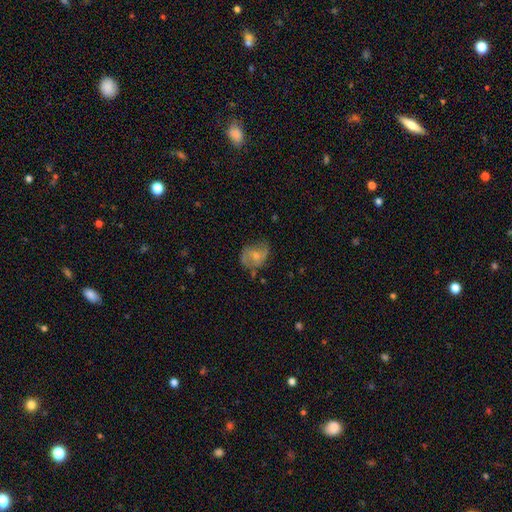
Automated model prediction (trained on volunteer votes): smooth_or_featured: featured or disk (p=0.52) [alt: smooth p=0.40]
disk_edge_on: no (p=0.97) [alt: yes p=0.03]
bar: no (p=0.51) [alt: weak p=0.40]
has_spiral_arms: yes (p=0.75) [alt: no p=0.25]
bulge_size: moderate (p=0.42) [alt: small p=0.38]
merging: none (p=0.52) [alt: minor disturbance p=0.29]